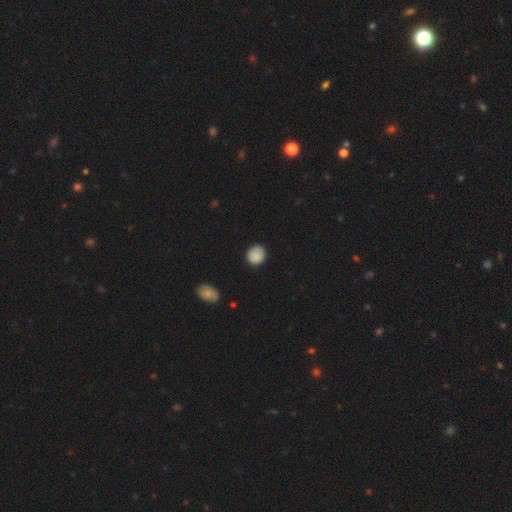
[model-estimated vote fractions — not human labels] Morphology: type=smooth (86%); roundness=round (83%); merging=none (83%).